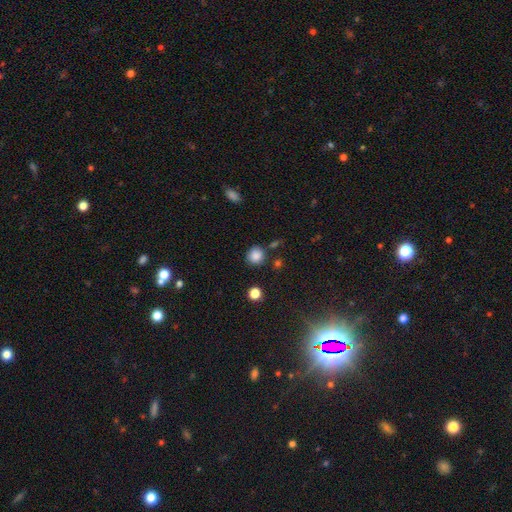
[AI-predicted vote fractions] smooth 85%, star or artifact 11%, featured or disk 4%. Down the decision tree: how rounded — round (88%); merging — none (81%).